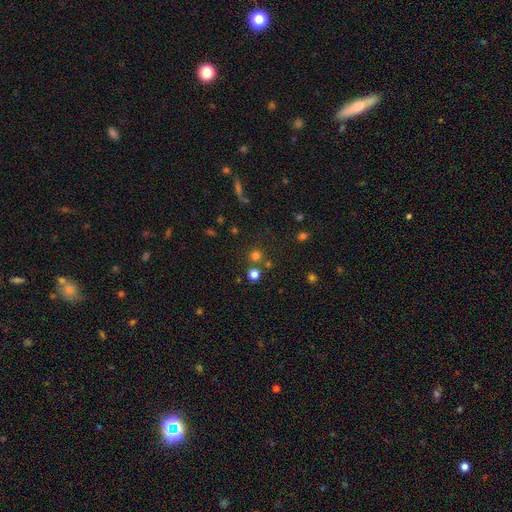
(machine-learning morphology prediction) Smooth or featured?
  - smooth: 72% *
  - star or artifact: 21%
  - featured or disk: 7%
How rounded?
  - round: 93% *
  - in between: 6%
  - cigar-shaped: 1%
Merging?
  - none: 74% *
  - merger: 16%
  - minor disturbance: 7%
  - major disturbance: 4%